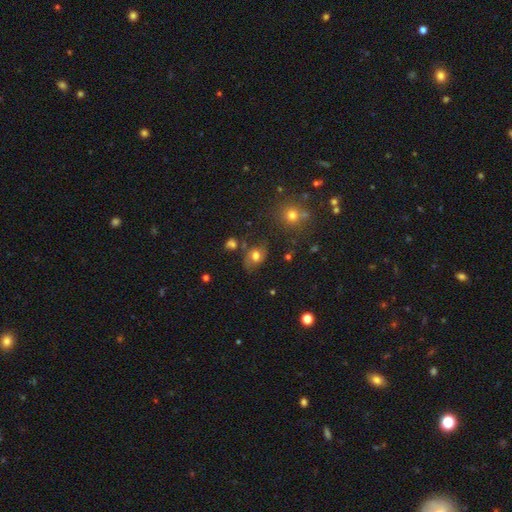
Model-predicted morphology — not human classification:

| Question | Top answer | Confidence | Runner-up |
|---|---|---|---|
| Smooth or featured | smooth | 56% | featured or disk (30%) |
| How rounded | in between | 62% | round (37%) |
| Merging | none | 62% | minor disturbance (22%) |